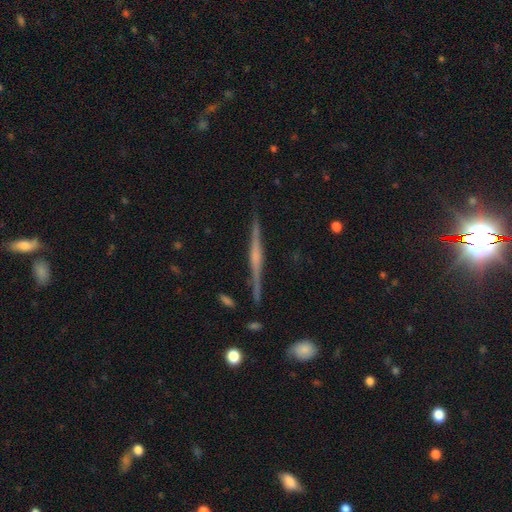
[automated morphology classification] Smooth or featured? featured or disk (78%)
Edge-on disk? yes (98%)
Edge-on bulge? rounded (53%)
Merging? none (89%)